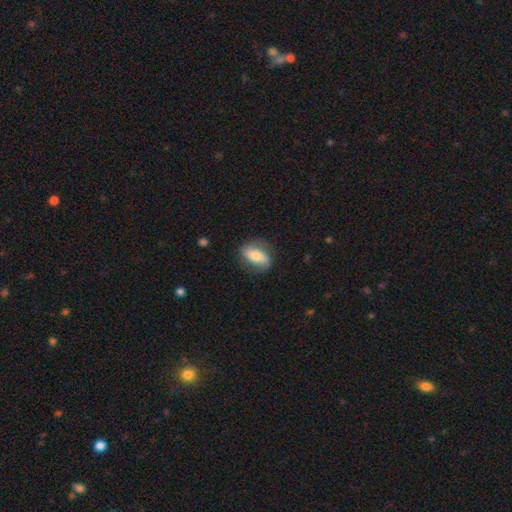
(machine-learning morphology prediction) The model was most divided on "smooth or featured": smooth: 55%, featured or disk: 39%, star or artifact: 7%. More confident: how rounded — in between (80%); merging — none (76%).